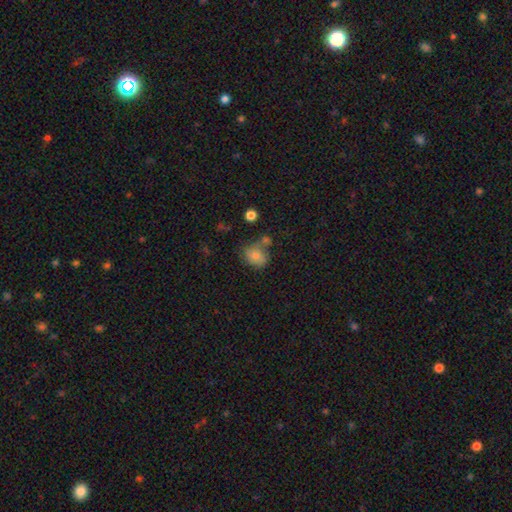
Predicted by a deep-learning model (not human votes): Smooth or featured?
  - smooth: 79% *
  - featured or disk: 11%
  - star or artifact: 10%
How rounded?
  - round: 55% *
  - in between: 44%
  - cigar-shaped: 1%
Merging?
  - none: 48% *
  - merger: 22%
  - minor disturbance: 21%
  - major disturbance: 9%